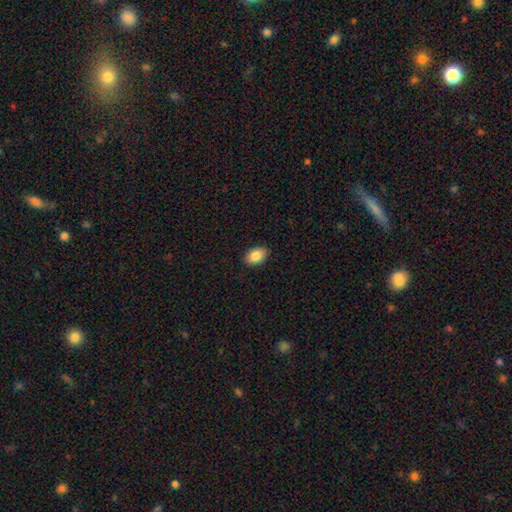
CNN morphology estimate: Smooth or featured? smooth (87%)
How rounded? in between (87%)
Merging? none (89%)